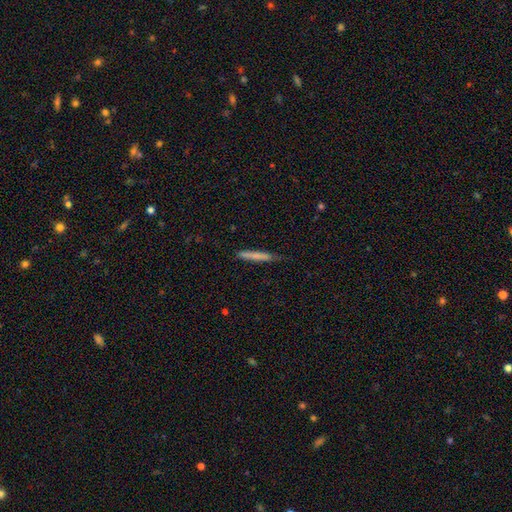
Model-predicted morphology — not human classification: Smooth or featured? Predicted: smooth (p=0.72). How rounded? Predicted: cigar-shaped (p=0.95). Merging? Predicted: none (p=0.77).